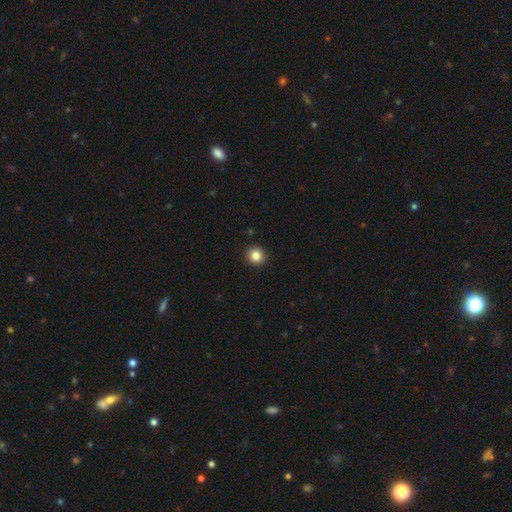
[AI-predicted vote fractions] smooth-or-featured: smooth: 84% | star or artifact: 10% | featured or disk: 5%
  how-rounded: round: 92% | in between: 7% | cigar-shaped: 1%
  merging: none: 93% | minor disturbance: 5% | major disturbance: 1% | merger: 1%